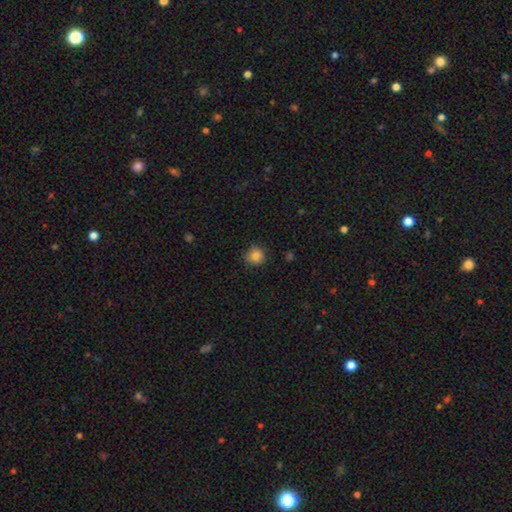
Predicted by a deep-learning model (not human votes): Smooth or featured? smooth (84%)
How rounded? round (90%)
Merging? none (84%)